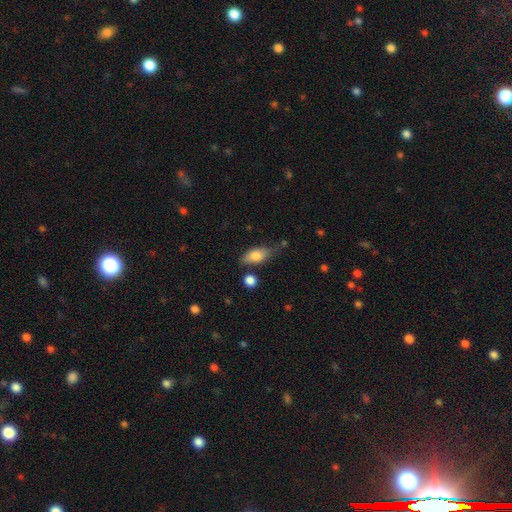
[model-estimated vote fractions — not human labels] Smooth or featured: smooth — 80% (featured or disk — 13%)
How rounded: in between — 84% (cigar-shaped — 11%)
Merging: none — 64% (minor disturbance — 23%)